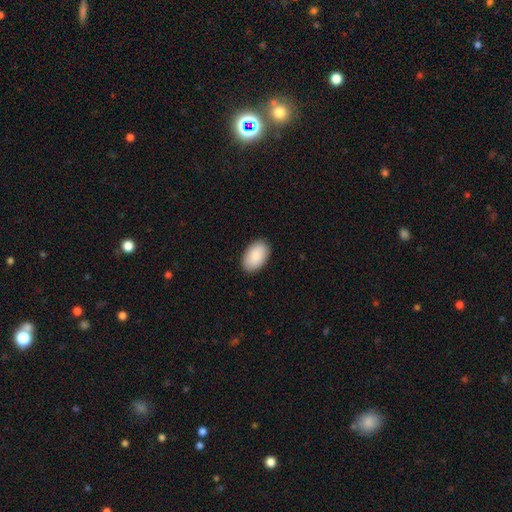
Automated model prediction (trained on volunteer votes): Overall: smooth (90%). How rounded: in between (94%). Merging: none (89%).